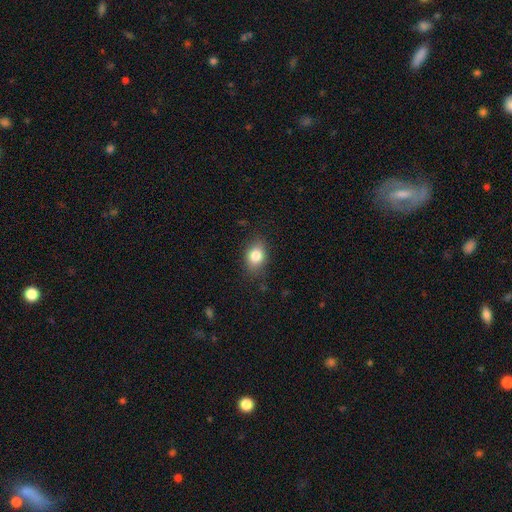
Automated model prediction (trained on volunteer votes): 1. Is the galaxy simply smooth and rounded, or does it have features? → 82% smooth, 10% star or artifact, 9% featured or disk.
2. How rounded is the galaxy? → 62% in between, 36% round, 2% cigar-shaped.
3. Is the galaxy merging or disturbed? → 79% none, 16% minor disturbance, 4% major disturbance, 1% merger.